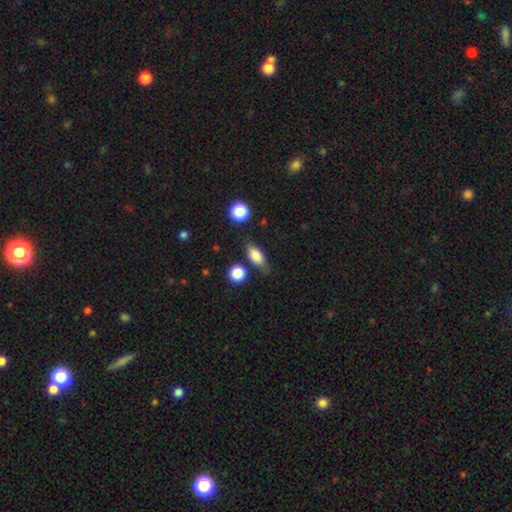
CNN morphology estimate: The model was most divided on "merging": none: 72%, minor disturbance: 19%, merger: 5%, major disturbance: 5%. More confident: smooth or featured — smooth (80%); how rounded — in between (73%).